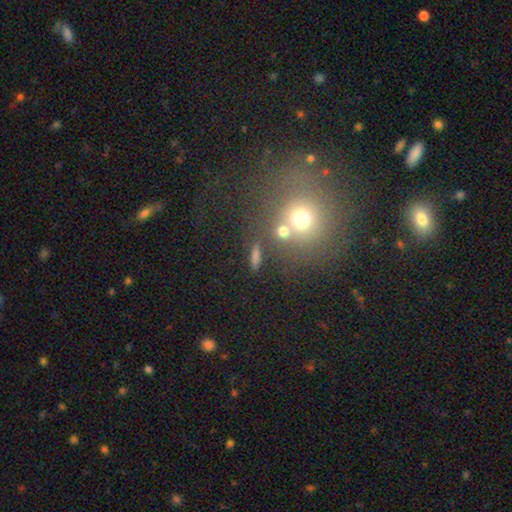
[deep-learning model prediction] A smooth galaxy with no disk features (54%) that is round (80%).

Vote fractions:
- Smooth or featured? smooth: 54% / star or artifact: 32% / featured or disk: 15%
- How rounded? round: 80% / in between: 17% / cigar-shaped: 3%
- Merging? none: 61% / merger: 20% / minor disturbance: 12% / major disturbance: 7%